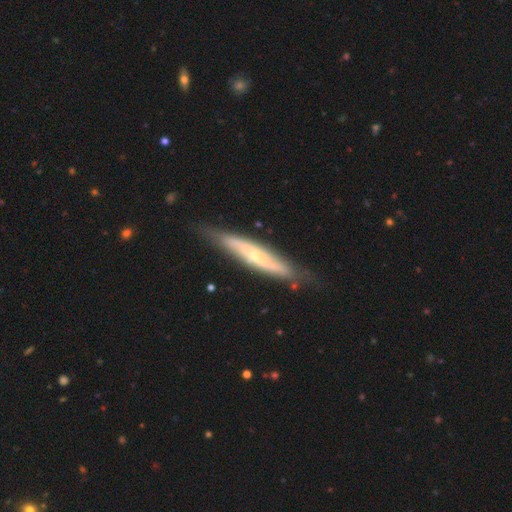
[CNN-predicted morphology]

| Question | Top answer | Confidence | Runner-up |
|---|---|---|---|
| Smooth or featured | featured or disk | 63% | smooth (31%) |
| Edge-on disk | yes | 68% | no (32%) |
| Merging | none | 74% | minor disturbance (19%) |